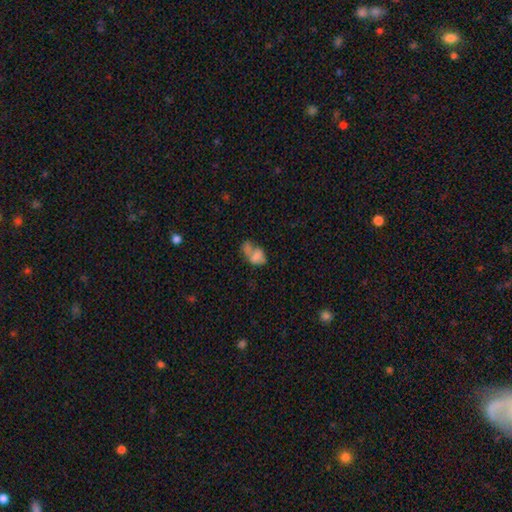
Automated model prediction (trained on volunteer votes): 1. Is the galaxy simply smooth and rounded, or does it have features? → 68% smooth, 21% featured or disk, 11% star or artifact.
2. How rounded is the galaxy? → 75% in between, 24% round, 2% cigar-shaped.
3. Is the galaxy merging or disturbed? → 52% merger, 19% none, 16% major disturbance, 13% minor disturbance.